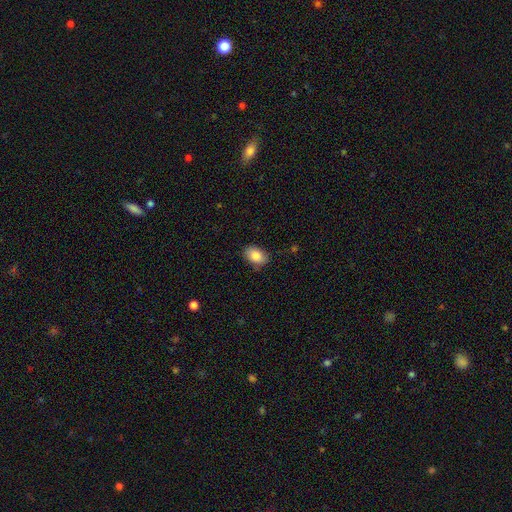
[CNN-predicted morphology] A smooth galaxy with no disk features (86%) that is in between round and cigar-shaped (84%). Merging: none (80%).